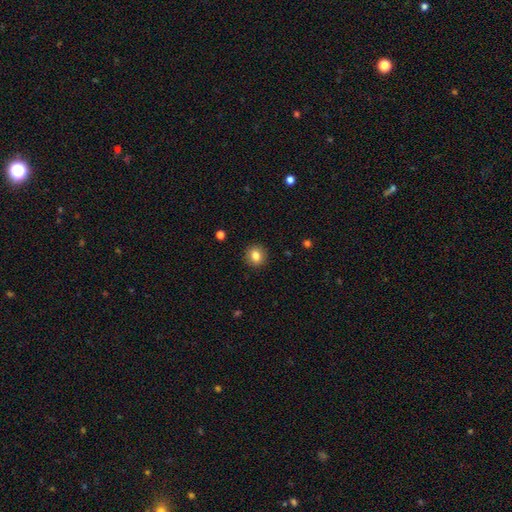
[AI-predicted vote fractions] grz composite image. It shows a smooth galaxy with no disk features (83%) that is round (84%). Merging: none (91%).